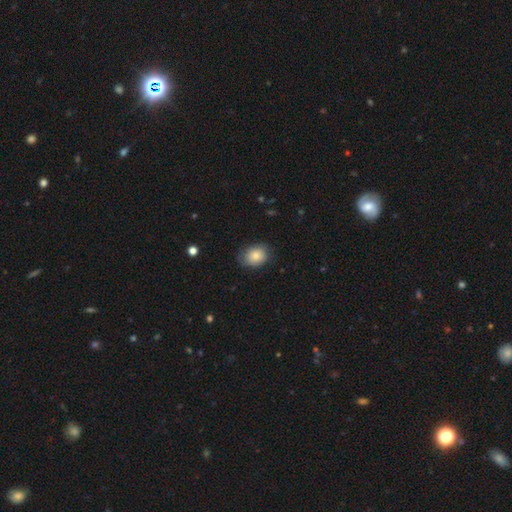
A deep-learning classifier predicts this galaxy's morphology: smooth_or_featured: smooth (p=0.84) [alt: featured or disk p=0.08]
how_rounded: in between (p=0.56) [alt: round p=0.43]
merging: none (p=0.74) [alt: minor disturbance p=0.21]